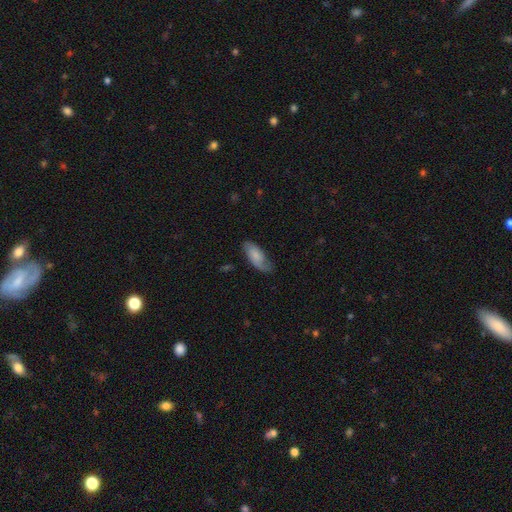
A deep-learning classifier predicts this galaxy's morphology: Overall: smooth (61%; featured or disk 33%). How rounded: in between (85%). Merging: none (60%; minor disturbance 28%).